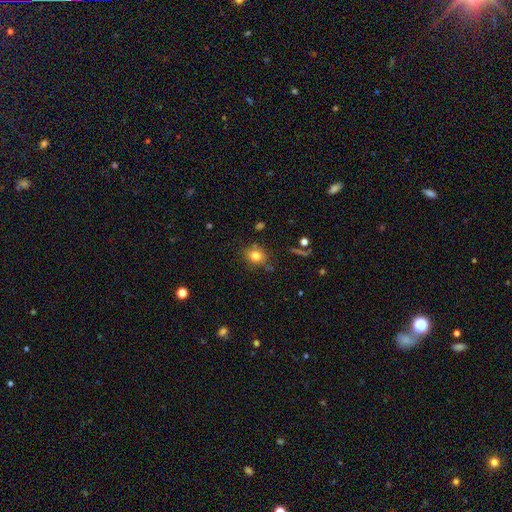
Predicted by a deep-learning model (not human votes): smooth_or_featured: smooth (p=0.79) [alt: star or artifact p=0.12]
how_rounded: round (p=0.60) [alt: in between p=0.39]
merging: none (p=0.77) [alt: minor disturbance p=0.14]